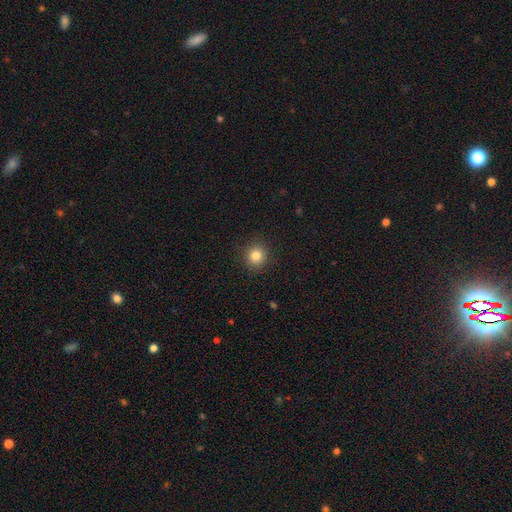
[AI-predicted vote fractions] smooth_or_featured: smooth (p=0.83) [alt: star or artifact p=0.11]
how_rounded: round (p=0.90) [alt: in between p=0.09]
merging: none (p=0.91) [alt: minor disturbance p=0.06]